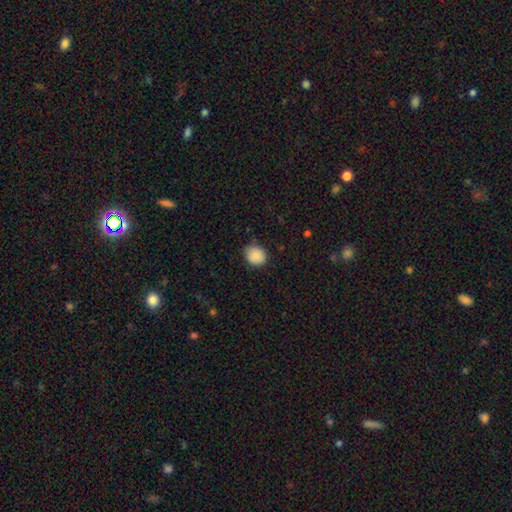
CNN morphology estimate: Overall: smooth (88%). How rounded: round (70%). Merging: none (79%).